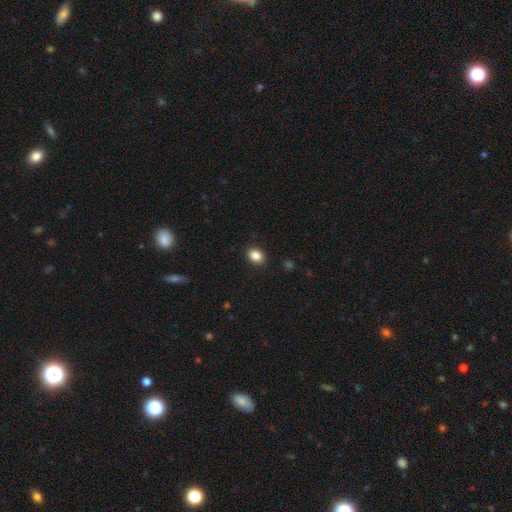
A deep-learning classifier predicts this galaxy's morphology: This appears to be a smooth galaxy with no disk features (86%) that is in between round and cigar-shaped (59%). Merging: none (89%).